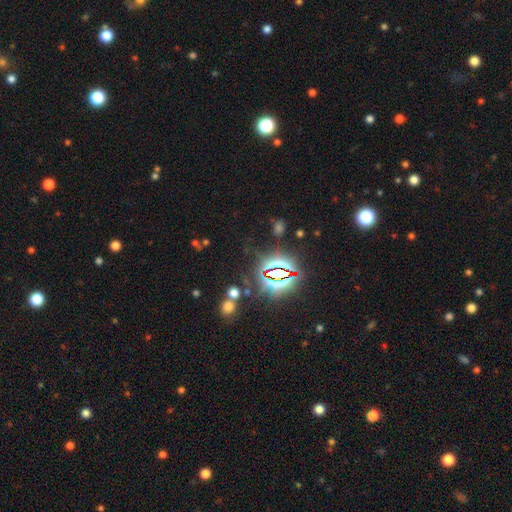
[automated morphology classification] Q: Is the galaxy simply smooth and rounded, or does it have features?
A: star or artifact — 81%.